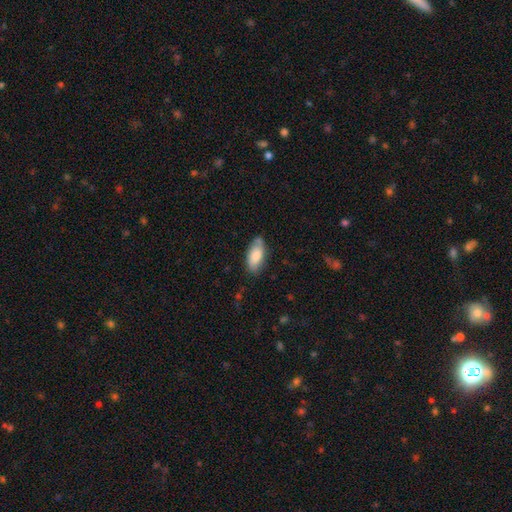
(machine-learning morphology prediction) Smooth or featured? smooth (76%)
How rounded? in between (90%)
Merging? none (75%)